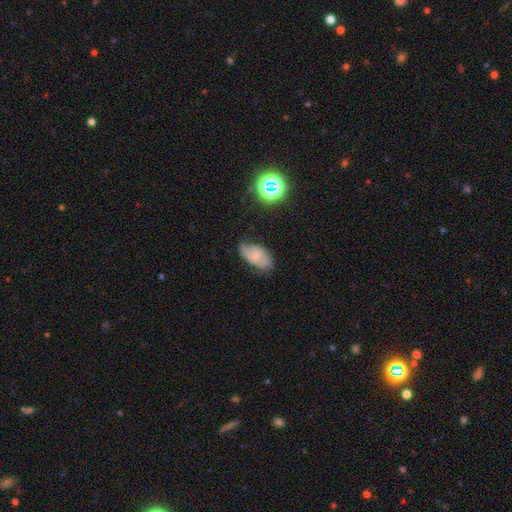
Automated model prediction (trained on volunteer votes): Overall: smooth (50%; featured or disk 38%). How rounded: in between (92%). Merging: none (60%; minor disturbance 30%).